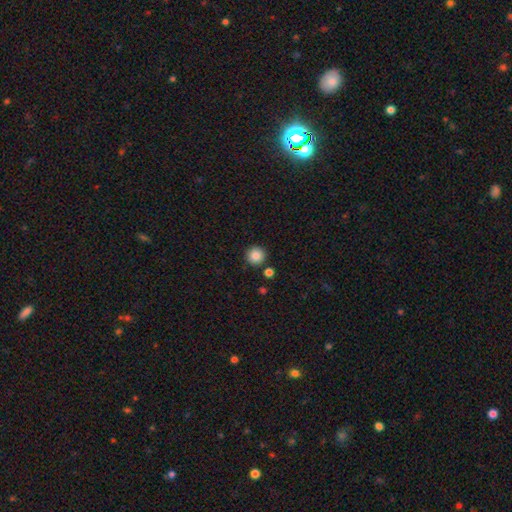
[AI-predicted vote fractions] smooth 86%, star or artifact 10%, featured or disk 4%. Down the decision tree: how rounded — round (96%); merging — none (89%).